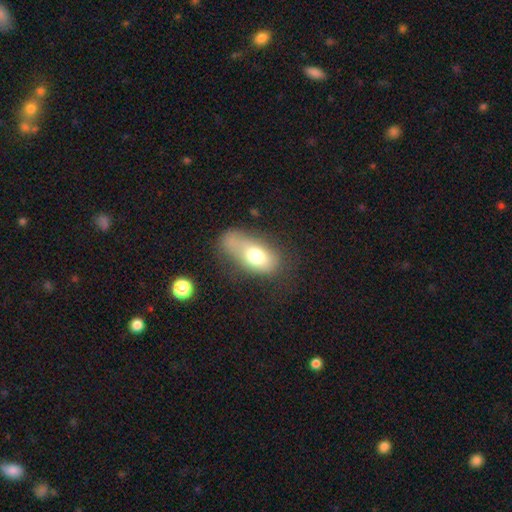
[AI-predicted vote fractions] smooth-or-featured: smooth: 71% | featured or disk: 19% | star or artifact: 9%
  how-rounded: in between: 88% | round: 8% | cigar-shaped: 4%
  merging: none: 36% | major disturbance: 28% | minor disturbance: 28% | merger: 8%